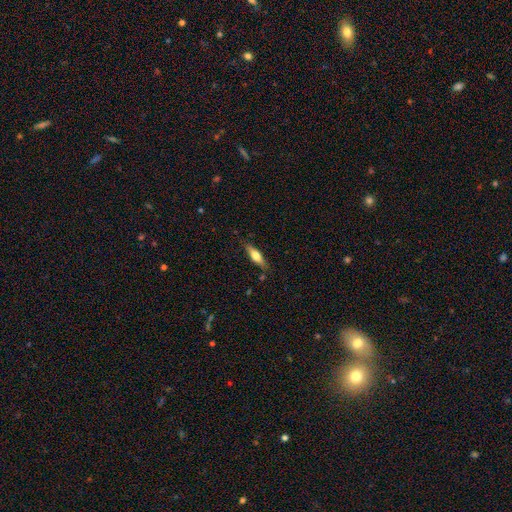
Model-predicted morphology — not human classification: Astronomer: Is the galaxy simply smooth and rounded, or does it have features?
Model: smooth — 58% (runner-up: featured or disk, 36%).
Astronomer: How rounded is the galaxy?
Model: cigar-shaped — 52% (runner-up: in between, 46%).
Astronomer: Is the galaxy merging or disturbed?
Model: none — 80%.